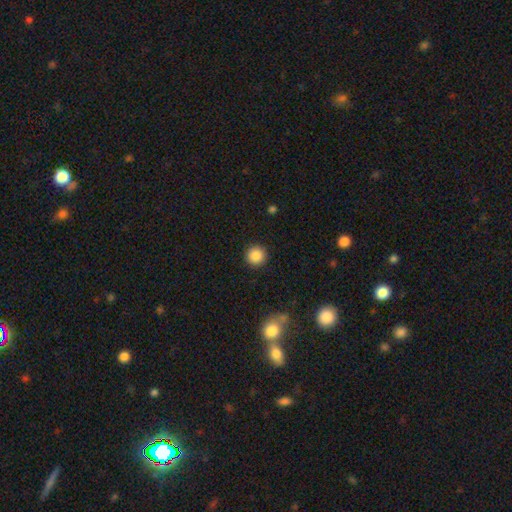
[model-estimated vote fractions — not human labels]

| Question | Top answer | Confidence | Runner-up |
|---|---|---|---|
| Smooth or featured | smooth | 87% | star or artifact (9%) |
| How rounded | round | 95% | in between (4%) |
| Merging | none | 92% | minor disturbance (5%) |